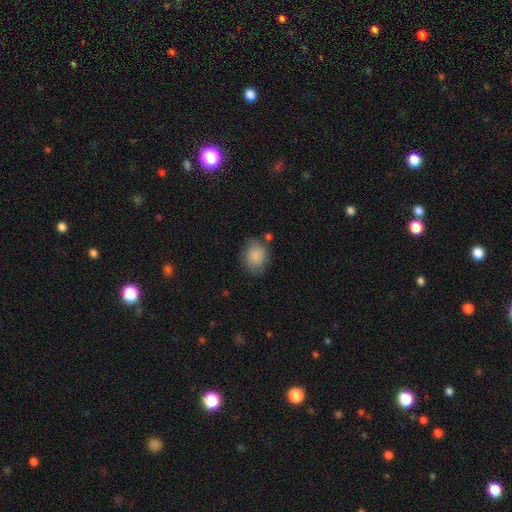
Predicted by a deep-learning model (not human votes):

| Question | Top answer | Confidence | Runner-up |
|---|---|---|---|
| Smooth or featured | smooth | 87% | star or artifact (7%) |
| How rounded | round | 53% | in between (46%) |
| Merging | none | 71% | minor disturbance (19%) |